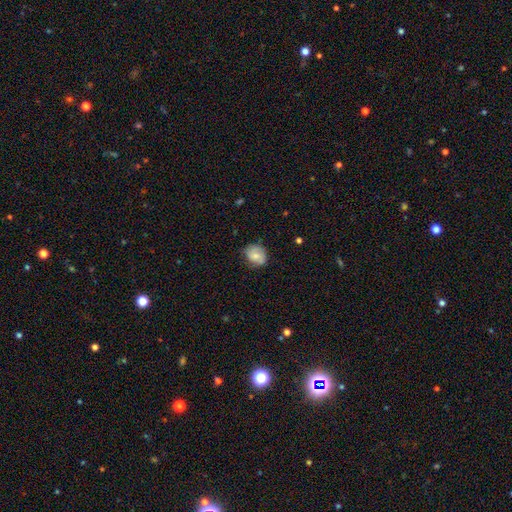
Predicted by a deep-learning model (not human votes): Smooth or featured? smooth (70%)
How rounded? round (55%)
Merging? none (67%)